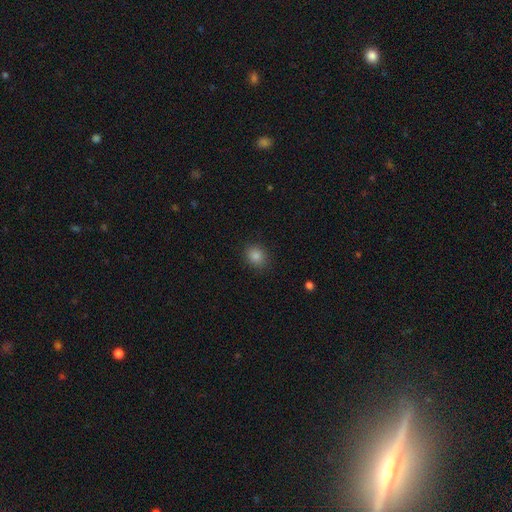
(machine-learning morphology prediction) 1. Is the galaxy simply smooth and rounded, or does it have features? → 83% smooth, 12% star or artifact, 4% featured or disk.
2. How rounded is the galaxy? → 65% round, 34% in between, 1% cigar-shaped.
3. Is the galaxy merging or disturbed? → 88% none, 9% minor disturbance, 2% major disturbance, 1% merger.